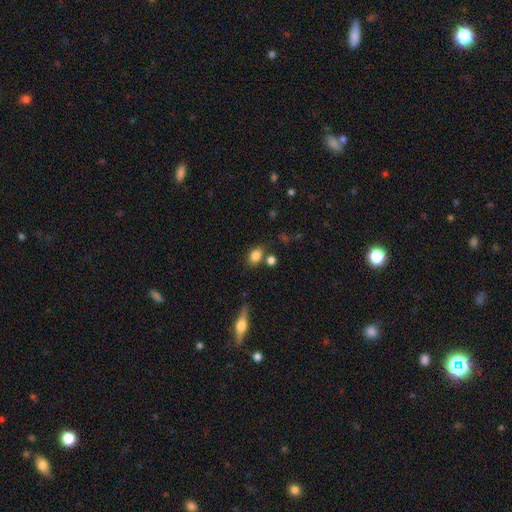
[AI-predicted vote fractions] smooth-or-featured: smooth: 83% | star or artifact: 10% | featured or disk: 7%
  how-rounded: in between: 71% | round: 27% | cigar-shaped: 2%
  merging: none: 70% | minor disturbance: 13% | merger: 12% | major disturbance: 5%